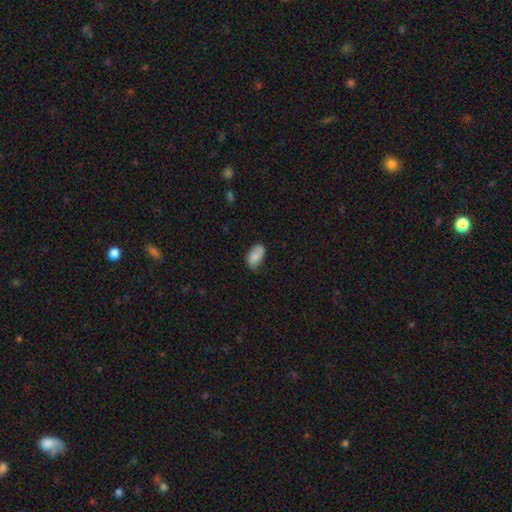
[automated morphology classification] Smooth or featured: smooth — 76% (featured or disk — 16%)
How rounded: in between — 91% (round — 7%)
Merging: none — 54% (minor disturbance — 33%)